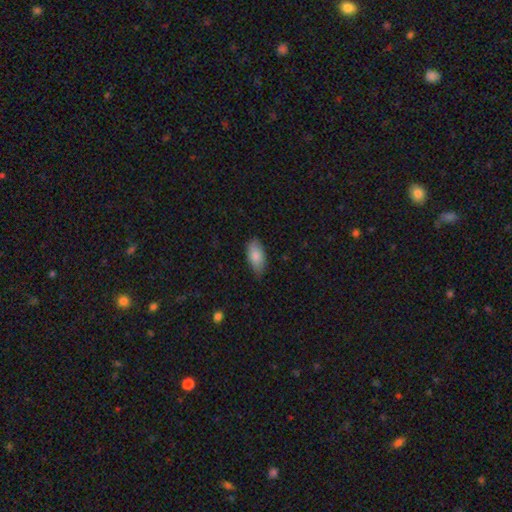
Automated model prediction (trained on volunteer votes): Overall: smooth (85%). How rounded: in between (92%). Merging: none (72%).